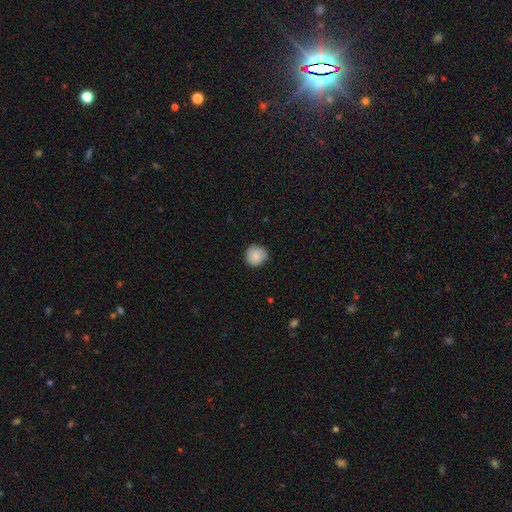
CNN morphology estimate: The model was most divided on "merging": none: 82%, minor disturbance: 14%, major disturbance: 2%, merger: 1%. More confident: how rounded — round (91%); smooth or featured — smooth (87%).